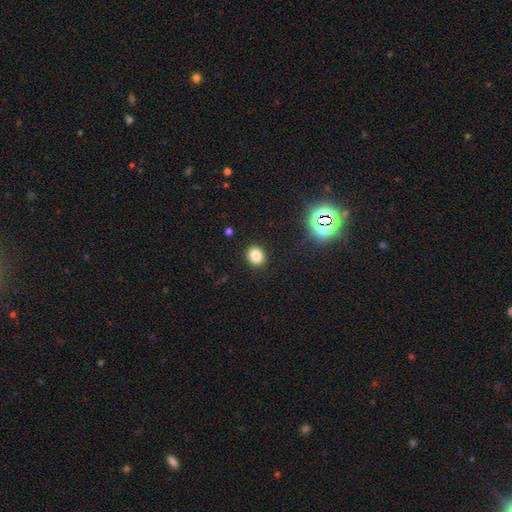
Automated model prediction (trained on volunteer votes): smooth 80%, star or artifact 14%, featured or disk 6%. Down the decision tree: how rounded — round (64%); merging — none (90%).